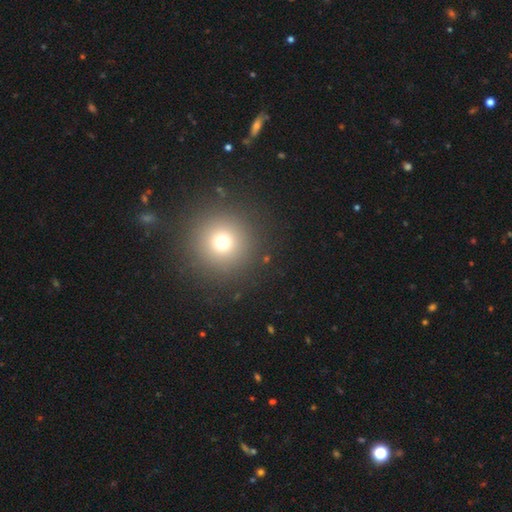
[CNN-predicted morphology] This is likely a smooth galaxy (66%). How rounded: clearly round (96%). Merging: clearly none (92%).